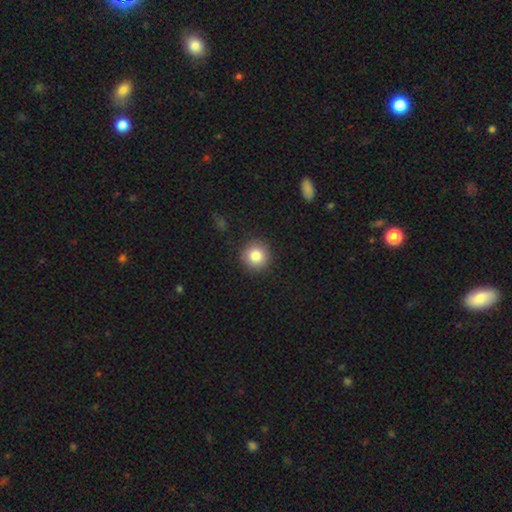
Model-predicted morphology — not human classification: The model was most divided on "smooth or featured": smooth: 84%, star or artifact: 9%, featured or disk: 7%. More confident: how rounded — round (94%); merging — none (91%).